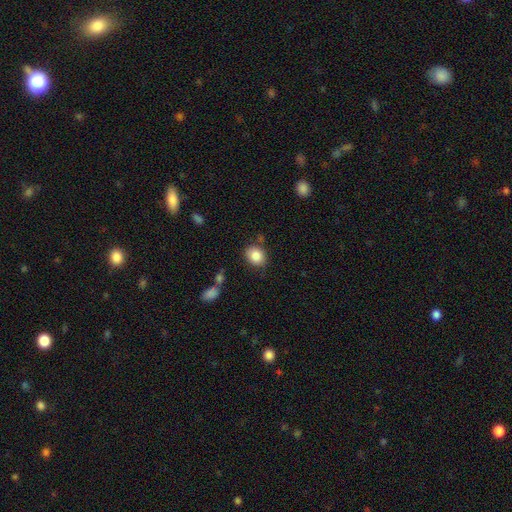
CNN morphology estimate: A smooth galaxy with no disk features (85%) that is round (53%). Merging: none (78%).